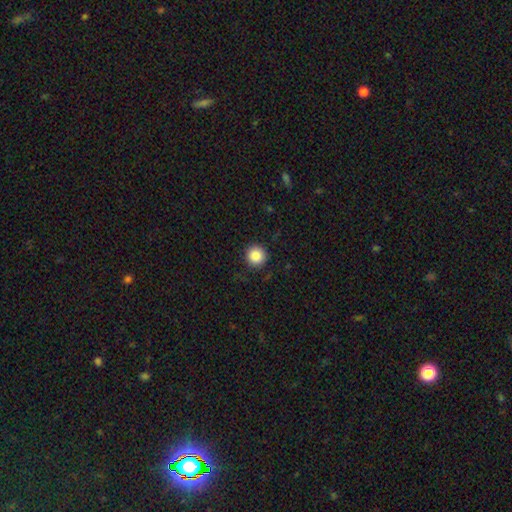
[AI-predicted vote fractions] A smooth galaxy with no disk features (88%) that is round (95%). Merging: none (89%).